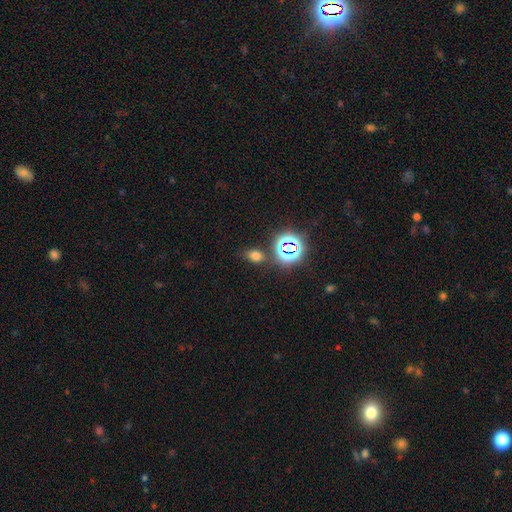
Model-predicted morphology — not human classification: Smooth or featured: smooth — 62% (star or artifact — 30%)
How rounded: in between — 74% (round — 24%)
Merging: none — 77% (minor disturbance — 13%)